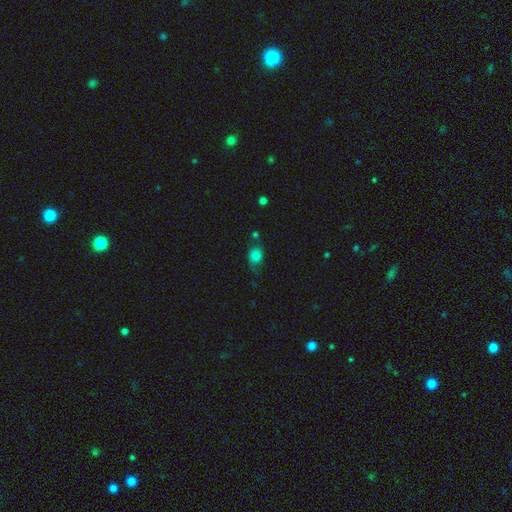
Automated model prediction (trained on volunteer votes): Smooth or featured? Predicted: smooth (p=0.74). How rounded? Predicted: round (p=0.53). Merging? Predicted: none (p=0.43).